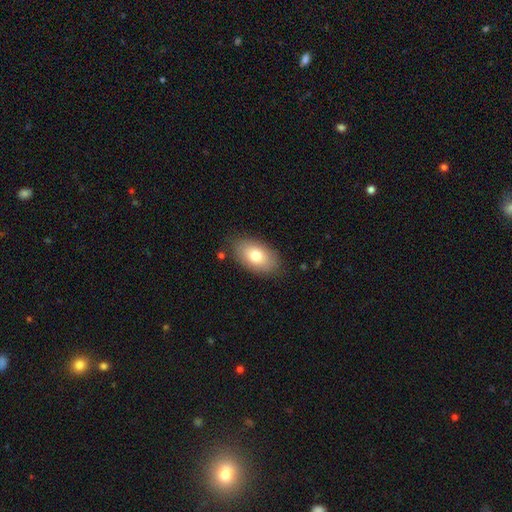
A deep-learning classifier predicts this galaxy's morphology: A smooth galaxy with no disk features (76%) that is in between round and cigar-shaped (93%).

Vote fractions:
- Smooth or featured? smooth: 76% / featured or disk: 17% / star or artifact: 7%
- How rounded? in between: 93% / round: 6% / cigar-shaped: 2%
- Merging? none: 82% / minor disturbance: 13% / major disturbance: 3% / merger: 2%